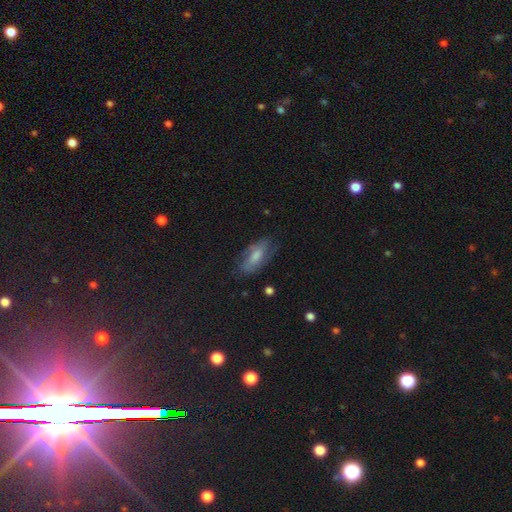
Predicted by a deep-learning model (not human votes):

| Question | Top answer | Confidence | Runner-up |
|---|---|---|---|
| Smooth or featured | featured or disk | 44% | smooth (39%) |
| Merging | none | 72% | minor disturbance (20%) |